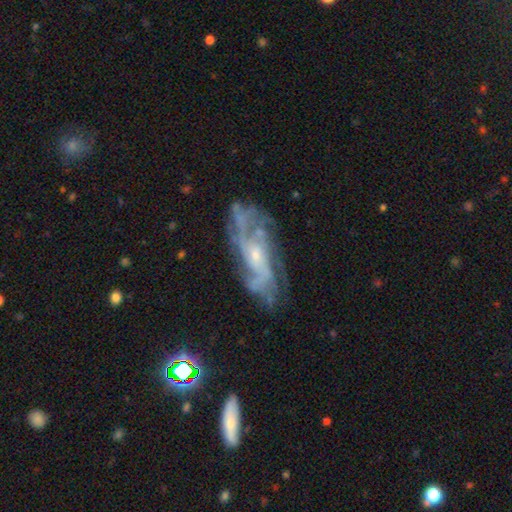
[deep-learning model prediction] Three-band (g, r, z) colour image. It shows a featured or disk galaxy (82%) with no bar (67%), medium (41%, tied with tight) spiral arms (91%) and a small central bulge (69%). Merging: none (68%).